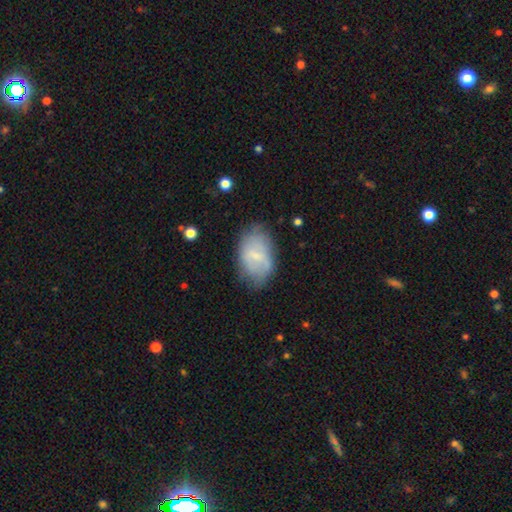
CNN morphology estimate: smooth 55%, featured or disk 38%, star or artifact 8%. Down the decision tree: how rounded — in between (90%); merging — none (62%).